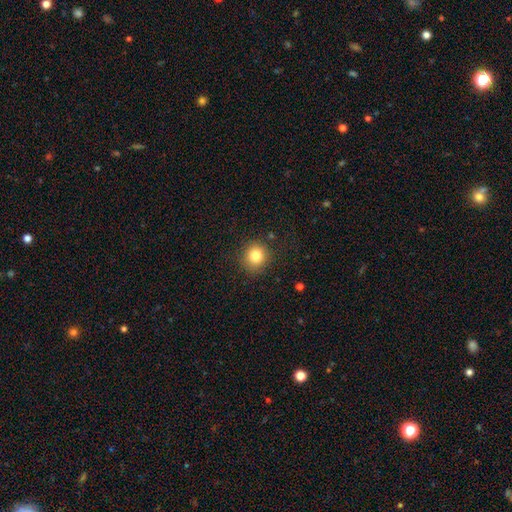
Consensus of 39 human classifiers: smooth-or-featured: smooth: 85% | featured or disk: 10% | star or artifact: 5%
  how-rounded: round: 91% | in between: 9% | cigar-shaped: 0%
  merging: none: 92% | minor disturbance: 8% | major disturbance: 0% | merger: 0%